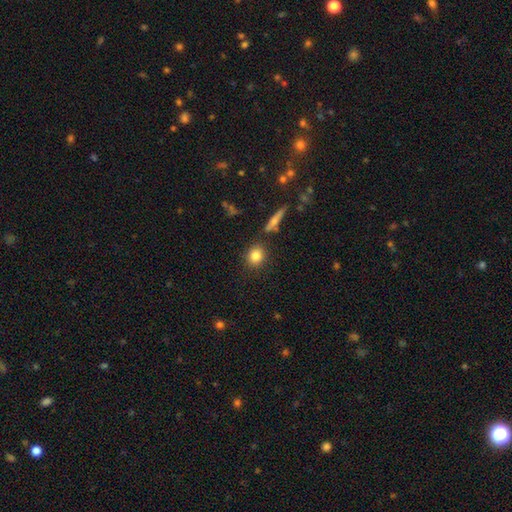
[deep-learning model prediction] Smooth or featured? smooth (82%)
How rounded? round (70%)
Merging? none (83%)